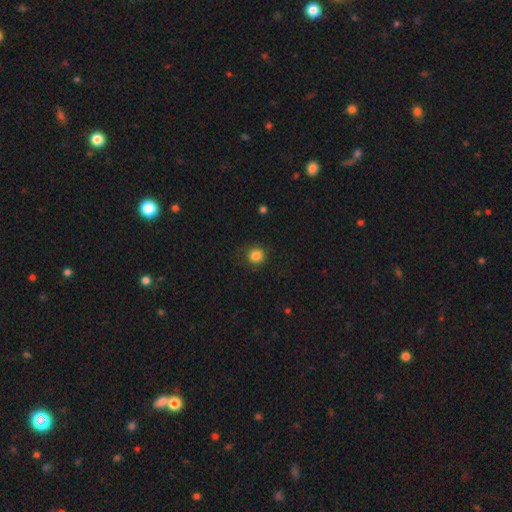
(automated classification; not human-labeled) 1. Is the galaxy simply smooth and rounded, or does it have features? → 85% smooth, 11% star or artifact, 4% featured or disk.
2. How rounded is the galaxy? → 93% round, 6% in between, 1% cigar-shaped.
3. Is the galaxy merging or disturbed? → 88% none, 9% minor disturbance, 3% major disturbance, 1% merger.